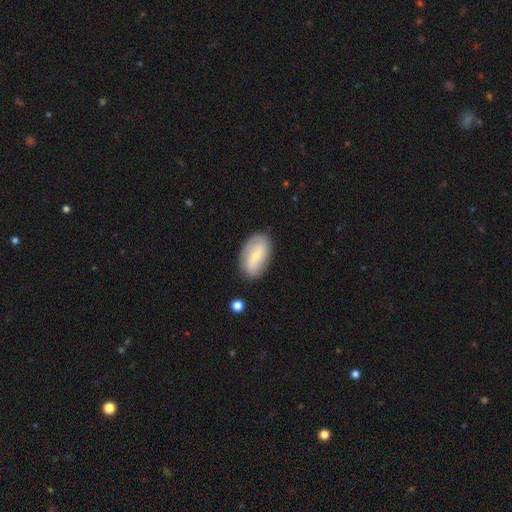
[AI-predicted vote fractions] smooth-or-featured: smooth: 50% | featured or disk: 44% | star or artifact: 7%
  merging: none: 82% | minor disturbance: 13% | major disturbance: 3% | merger: 2%